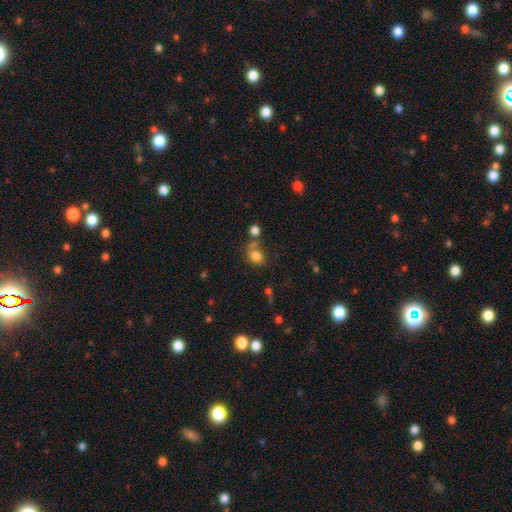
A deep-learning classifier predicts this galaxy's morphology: smooth 79%, star or artifact 14%, featured or disk 7%. Down the decision tree: how rounded — round (52%); merging — none (56%).